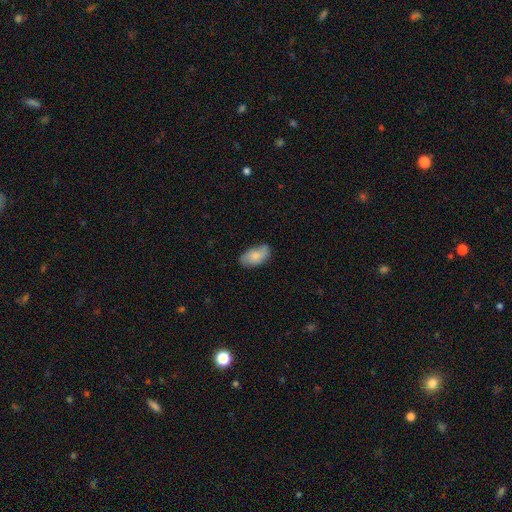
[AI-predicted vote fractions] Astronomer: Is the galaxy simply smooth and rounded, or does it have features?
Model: smooth — 77%.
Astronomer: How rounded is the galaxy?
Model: in between — 94%.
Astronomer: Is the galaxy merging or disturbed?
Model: none — 69%.